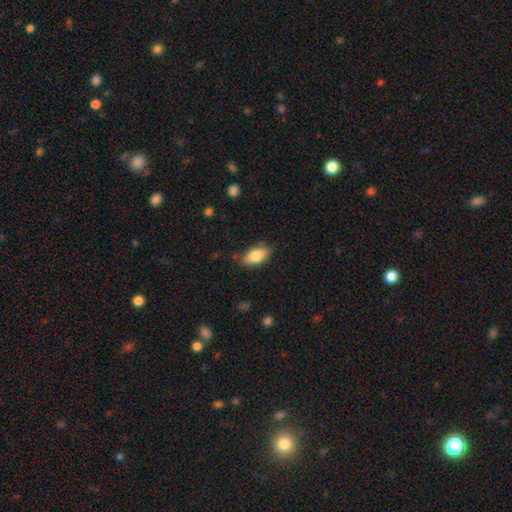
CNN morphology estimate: smooth 82%, featured or disk 11%, star or artifact 7%. Down the decision tree: how rounded — in between (90%); merging — none (80%).